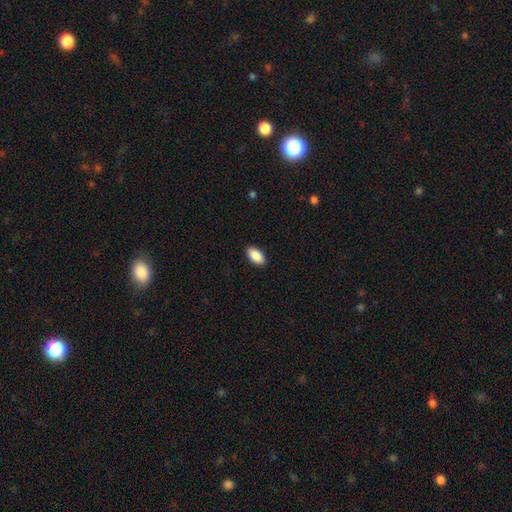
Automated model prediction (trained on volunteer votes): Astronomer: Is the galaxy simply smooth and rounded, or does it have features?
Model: smooth — 89%.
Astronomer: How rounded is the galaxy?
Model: in between — 93%.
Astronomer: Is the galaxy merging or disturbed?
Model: none — 90%.